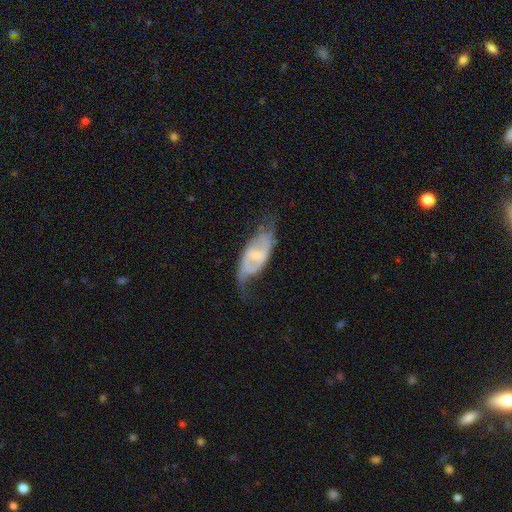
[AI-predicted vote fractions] smooth-or-featured: featured or disk: 74% | smooth: 20% | star or artifact: 6%
  disk-edge-on: no: 89% | yes: 11%
    bar: weak: 47% | no: 30% | strong: 23%
    has-spiral-arms: yes: 80% | no: 20%
      spiral-winding: loose: 47% | medium: 37% | tight: 16%
      spiral-arm-count: 2: 79% | can't tell: 14% | 1: 4% | 3: 1% | 4: 1% | more than 4: 1%
    bulge-size: small: 59% | moderate: 29% | none: 9% | large: 2% | dominant: 1%
  merging: none: 52% | minor disturbance: 25% | major disturbance: 20% | merger: 2%